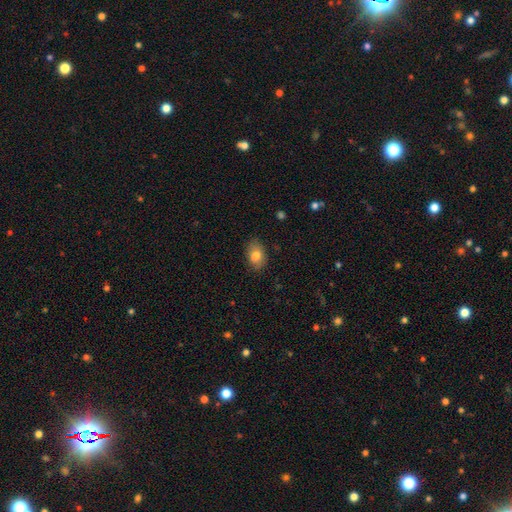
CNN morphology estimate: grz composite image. It shows a smooth galaxy with no disk features (79%) that is in between round and cigar-shaped (86%). Merging: none (81%).